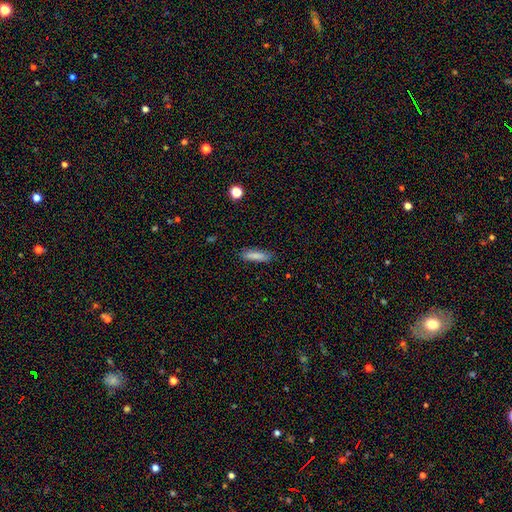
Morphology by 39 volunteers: Smooth or featured: smooth — 87% (featured or disk — 10%)
How rounded: cigar-shaped — 53% (in between — 44%)
Merging: none — 87% (minor disturbance — 13%)